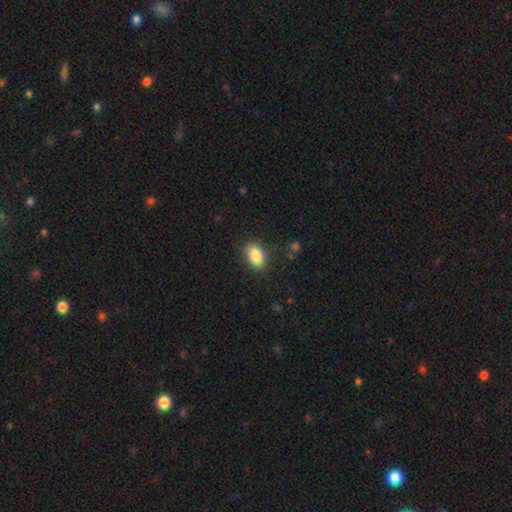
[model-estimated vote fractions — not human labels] Smooth or featured? smooth (86%)
How rounded? in between (87%)
Merging? none (83%)